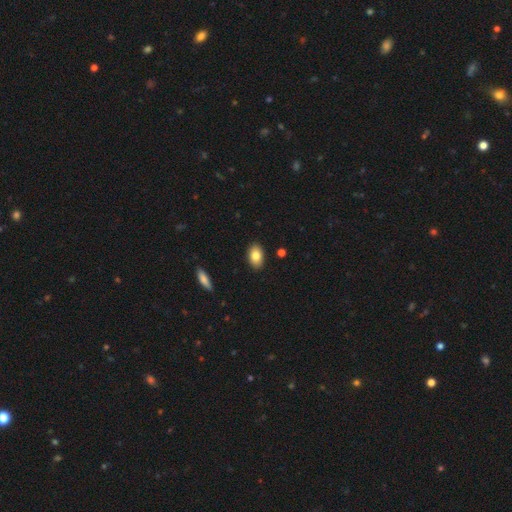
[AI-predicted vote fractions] This appears to be a smooth galaxy with no disk features (83%) that is in between round and cigar-shaped (90%). Merging: none (89%).